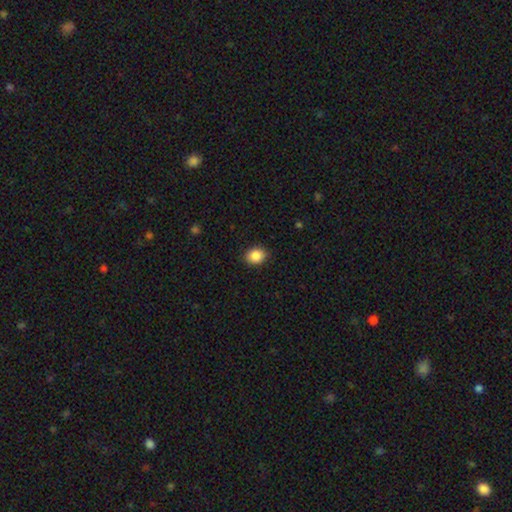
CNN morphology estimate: A smooth galaxy with no disk features (87%) that is round (50%). Merging: none (87%).